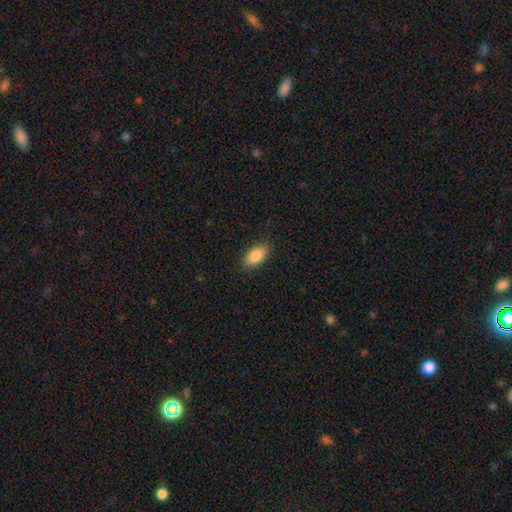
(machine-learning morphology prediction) type=smooth (86%); roundness=in between (92%); merging=none (87%).